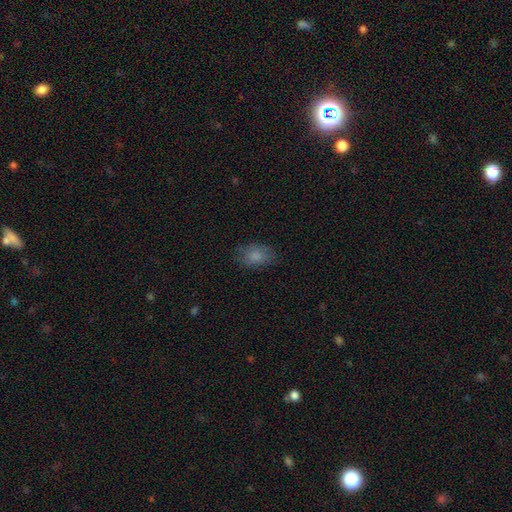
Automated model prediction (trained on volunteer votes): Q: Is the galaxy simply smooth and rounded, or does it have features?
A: smooth — 81%.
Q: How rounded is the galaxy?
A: in between — 84%.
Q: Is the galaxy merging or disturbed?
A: none — 76%.